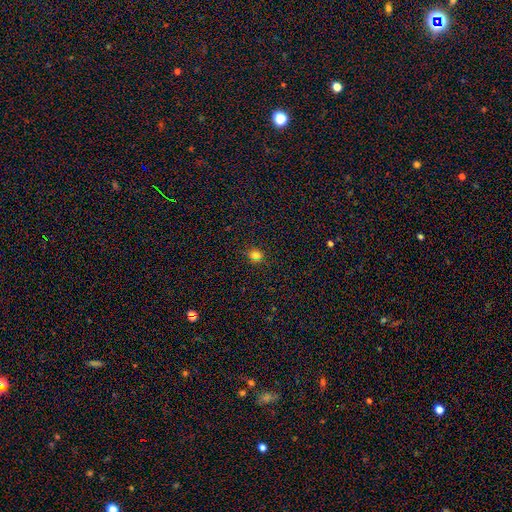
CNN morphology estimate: smooth-or-featured: smooth: 75% | star or artifact: 20% | featured or disk: 5%
  how-rounded: round: 82% | in between: 16% | cigar-shaped: 1%
  merging: none: 87% | minor disturbance: 9% | major disturbance: 3% | merger: 2%